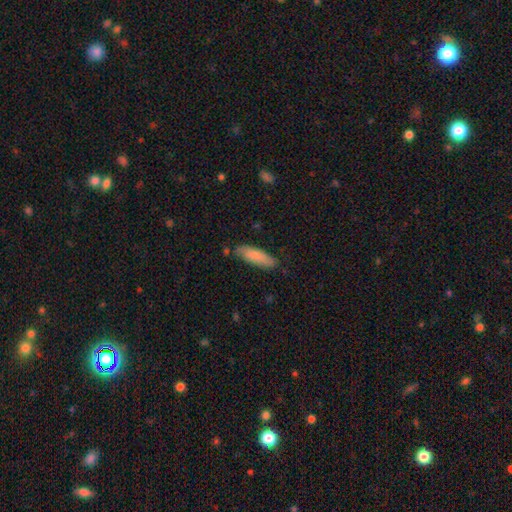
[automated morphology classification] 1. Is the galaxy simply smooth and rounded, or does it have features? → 80% smooth, 14% featured or disk, 6% star or artifact.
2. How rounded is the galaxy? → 58% cigar-shaped, 41% in between, 2% round.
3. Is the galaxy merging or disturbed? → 76% none, 18% minor disturbance, 3% major disturbance, 3% merger.